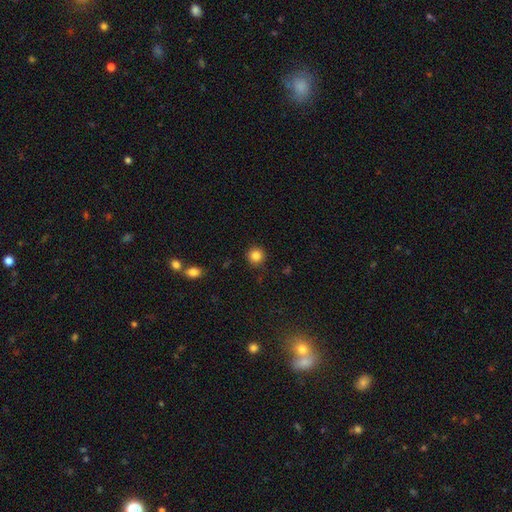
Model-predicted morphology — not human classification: The model was most divided on "smooth or featured": smooth: 85%, star or artifact: 11%, featured or disk: 4%. More confident: how rounded — round (93%); merging — none (89%).